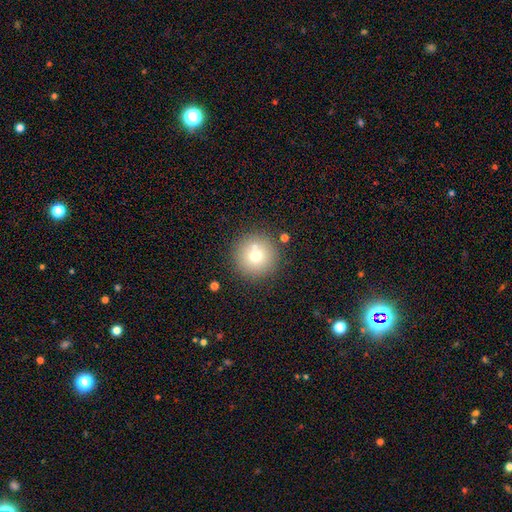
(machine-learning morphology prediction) smooth 70%, featured or disk 16%, star or artifact 14%. Down the decision tree: how rounded — round (96%); merging — none (82%).